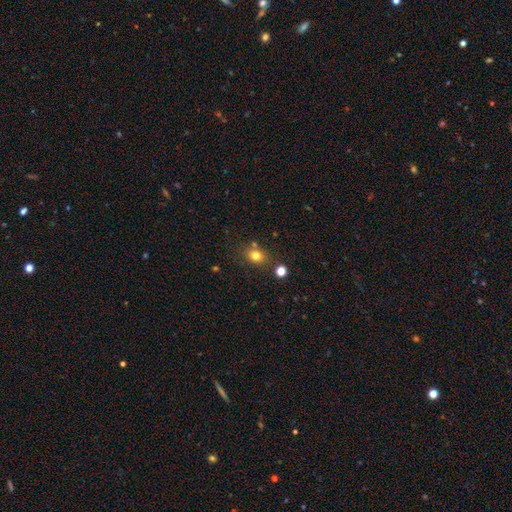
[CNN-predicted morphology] smooth-or-featured: smooth: 76% | star or artifact: 15% | featured or disk: 9%
  how-rounded: round: 57% | in between: 42% | cigar-shaped: 1%
  merging: none: 72% | minor disturbance: 13% | merger: 11% | major disturbance: 4%